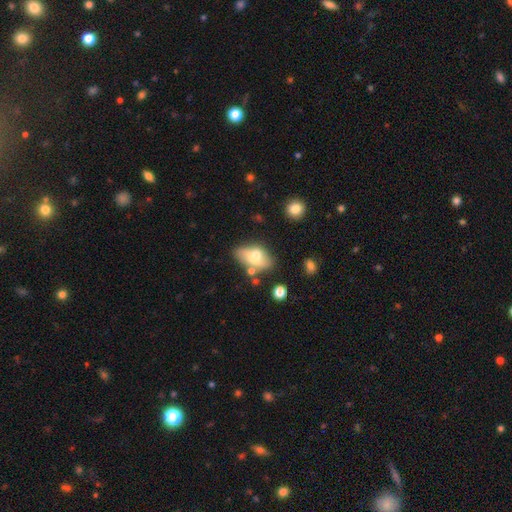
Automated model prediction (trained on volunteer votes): Overall: smooth (58%; featured or disk 34%). How rounded: in between (89%). Merging: none (53%; minor disturbance 24%).